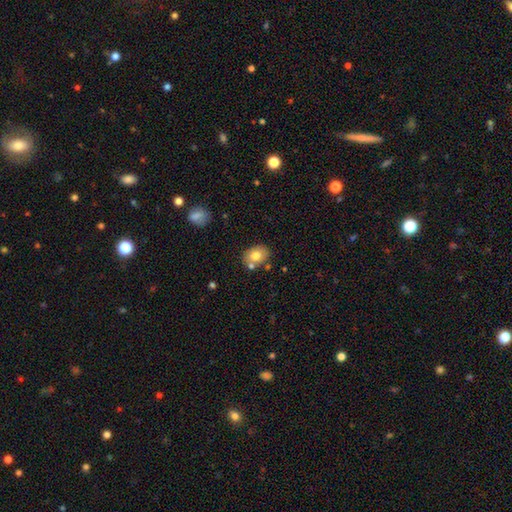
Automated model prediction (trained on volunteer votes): smooth 74%, featured or disk 17%, star or artifact 9%. Down the decision tree: how rounded — in between (66%); merging — none (71%).